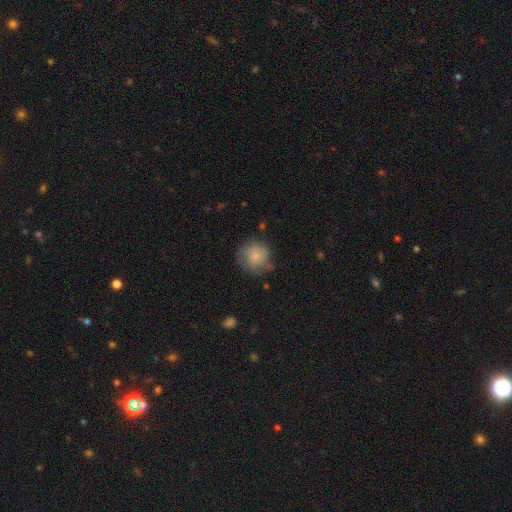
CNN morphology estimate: Smooth or featured: smooth — 72% (featured or disk — 20%)
How rounded: round — 90% (in between — 9%)
Merging: none — 63% (minor disturbance — 26%)